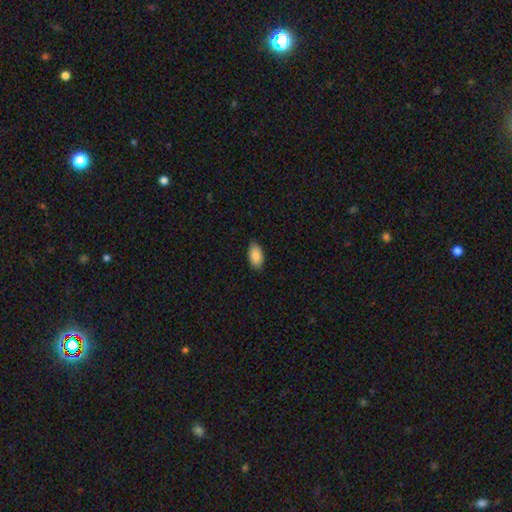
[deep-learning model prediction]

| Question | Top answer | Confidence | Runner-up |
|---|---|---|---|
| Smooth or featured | smooth | 88% | star or artifact (6%) |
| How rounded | in between | 94% | round (3%) |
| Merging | none | 86% | minor disturbance (11%) |